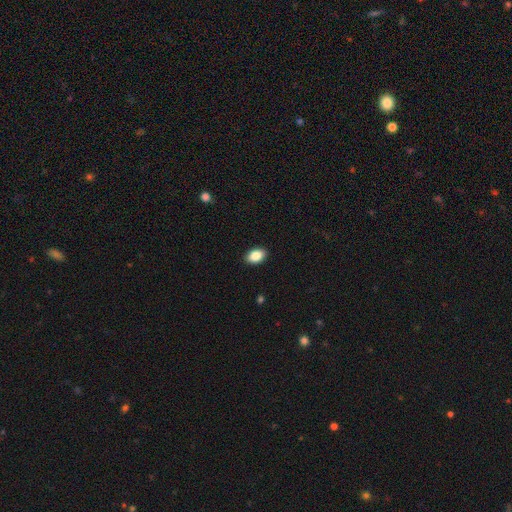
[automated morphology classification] Smooth or featured?
  - smooth: 87% *
  - star or artifact: 8%
  - featured or disk: 5%
How rounded?
  - in between: 86% *
  - round: 13%
  - cigar-shaped: 1%
Merging?
  - none: 90% *
  - minor disturbance: 7%
  - major disturbance: 2%
  - merger: 1%